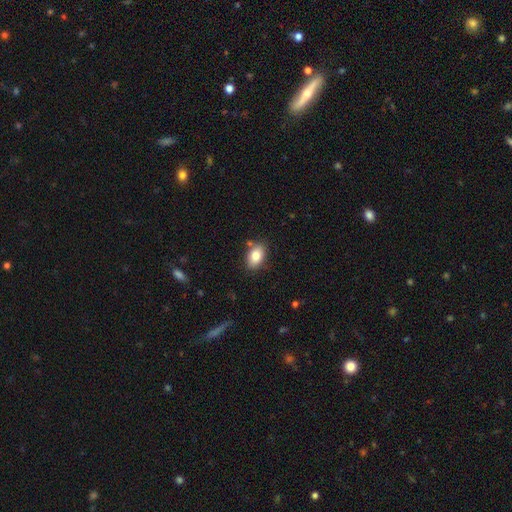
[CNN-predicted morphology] Smooth or featured? smooth (83%)
How rounded? in between (89%)
Merging? none (80%)